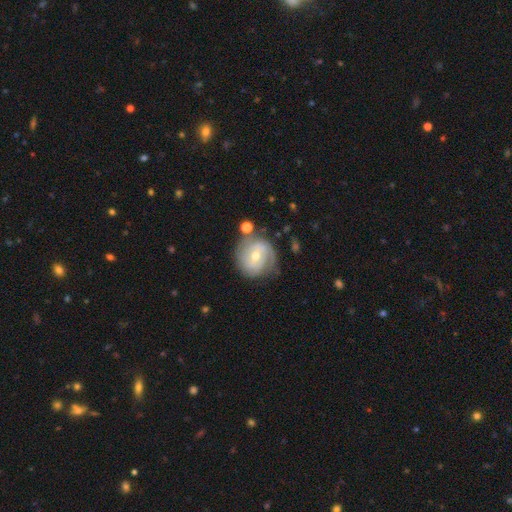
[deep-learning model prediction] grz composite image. It shows a featured or disk galaxy (74%) with no bar (48%), 2 (44%) tight (66%) spiral arms (87%) and a moderate central bulge (62%). Merging: none (64%).